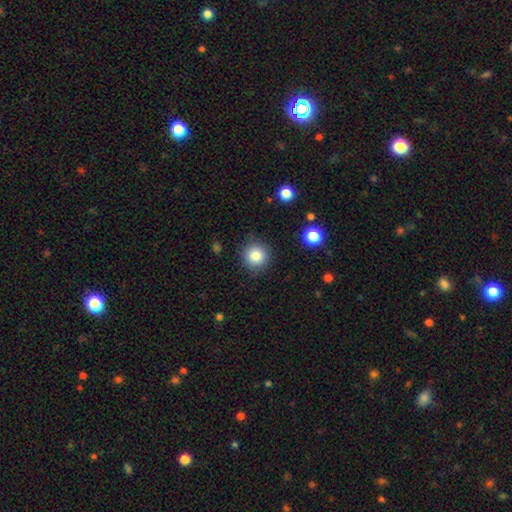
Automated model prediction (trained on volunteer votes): Smooth or featured?
  - smooth: 83% *
  - star or artifact: 11%
  - featured or disk: 6%
How rounded?
  - round: 94% *
  - in between: 5%
  - cigar-shaped: 1%
Merging?
  - none: 87% *
  - minor disturbance: 8%
  - major disturbance: 3%
  - merger: 2%